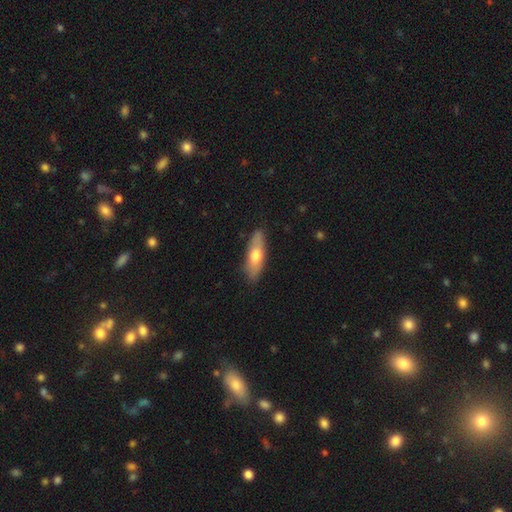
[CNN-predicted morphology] This appears to be a smooth galaxy with no disk features (62%) that is in between round and cigar-shaped (51%). Merging: none (84%).